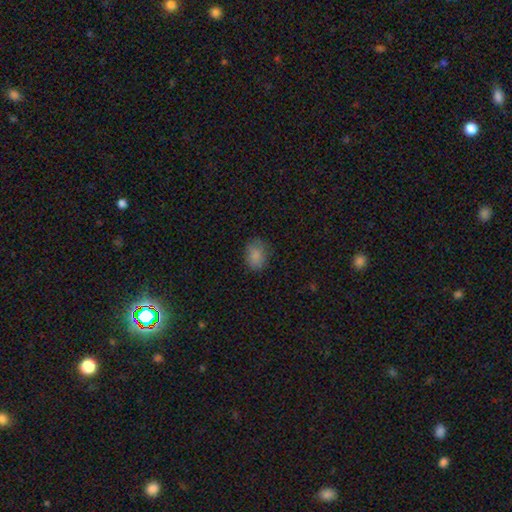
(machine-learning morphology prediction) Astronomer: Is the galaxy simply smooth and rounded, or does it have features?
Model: smooth — 85%.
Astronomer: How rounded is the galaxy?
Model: in between — 64%.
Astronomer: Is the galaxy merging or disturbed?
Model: none — 78%.